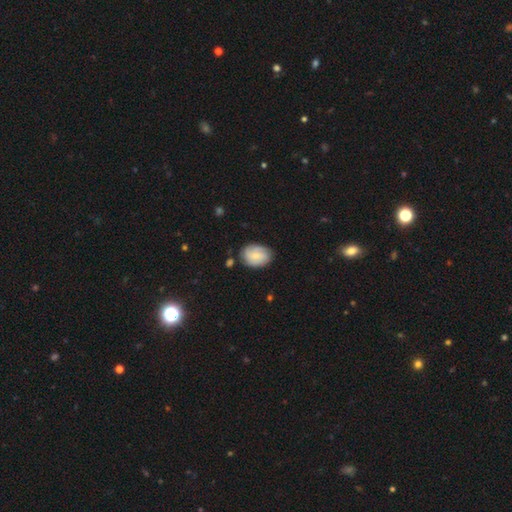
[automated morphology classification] Smooth or featured?
  - smooth: 57% *
  - featured or disk: 36%
  - star or artifact: 7%
How rounded?
  - in between: 72% *
  - round: 27%
  - cigar-shaped: 1%
Merging?
  - none: 74% *
  - minor disturbance: 19%
  - major disturbance: 4%
  - merger: 3%